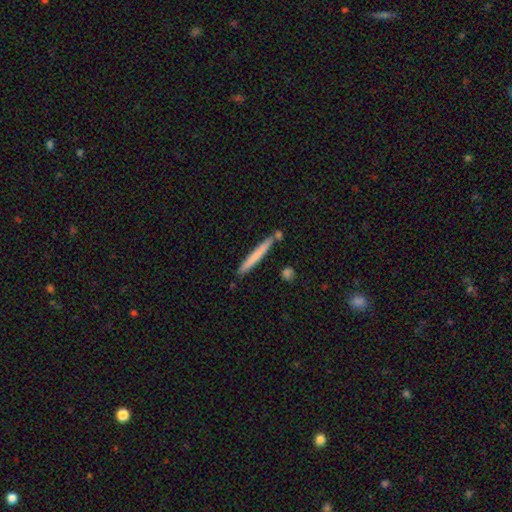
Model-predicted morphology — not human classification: A smooth galaxy with no disk features (66%) that is cigar-shaped (96%).

Vote fractions:
- Smooth or featured? smooth: 66% / featured or disk: 28% / star or artifact: 6%
- How rounded? cigar-shaped: 96% / in between: 2% / round: 1%
- Merging? none: 81% / minor disturbance: 11% / merger: 6% / major disturbance: 2%